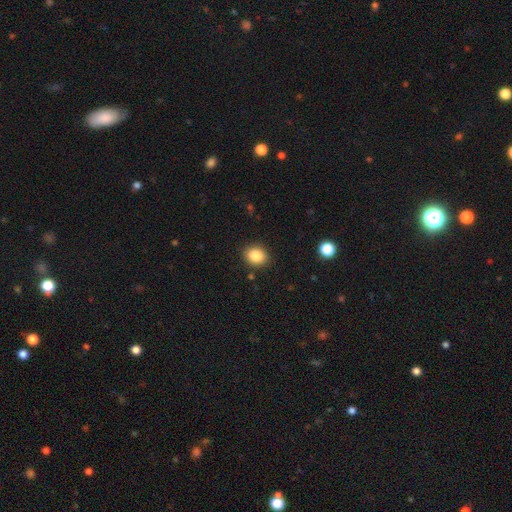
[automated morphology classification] A smooth galaxy with no disk features (86%) that is round (57%).

Vote fractions:
- Smooth or featured? smooth: 86% / star or artifact: 9% / featured or disk: 5%
- How rounded? round: 57% / in between: 42% / cigar-shaped: 1%
- Merging? none: 88% / minor disturbance: 8% / major disturbance: 2% / merger: 1%